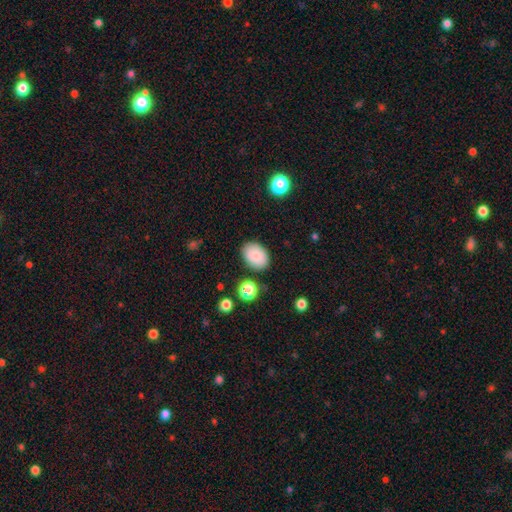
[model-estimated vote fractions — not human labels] The model was most divided on "how rounded": in between: 80%, round: 18%, cigar-shaped: 1%. More confident: smooth or featured — smooth (84%); merging — none (84%).